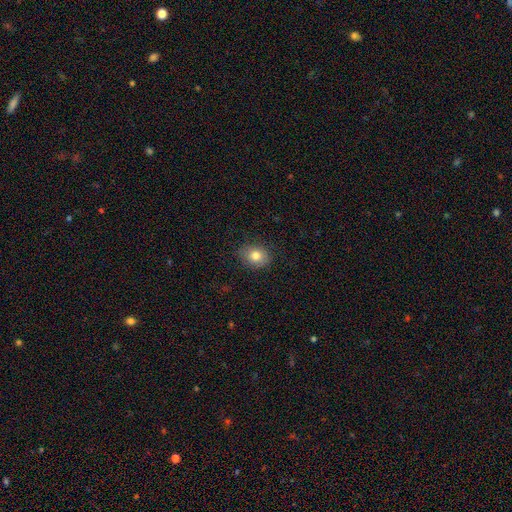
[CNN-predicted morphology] type=smooth (81%); roundness=round (53%); merging=none (84%).